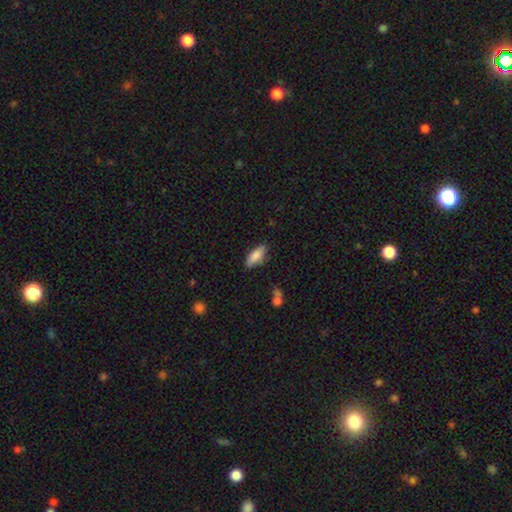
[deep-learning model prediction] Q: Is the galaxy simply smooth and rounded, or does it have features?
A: smooth — 83%.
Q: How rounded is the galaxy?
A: in between — 75%.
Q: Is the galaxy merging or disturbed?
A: none — 79%.